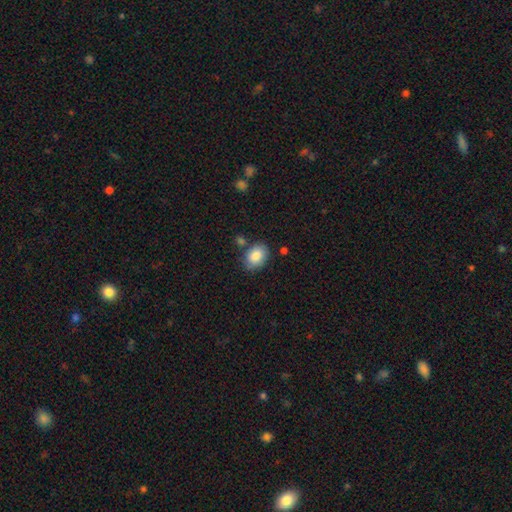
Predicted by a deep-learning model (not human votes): smooth-or-featured: smooth: 85% | featured or disk: 8% | star or artifact: 7%
  how-rounded: in between: 75% | round: 24% | cigar-shaped: 1%
  merging: none: 74% | minor disturbance: 16% | merger: 6% | major disturbance: 4%